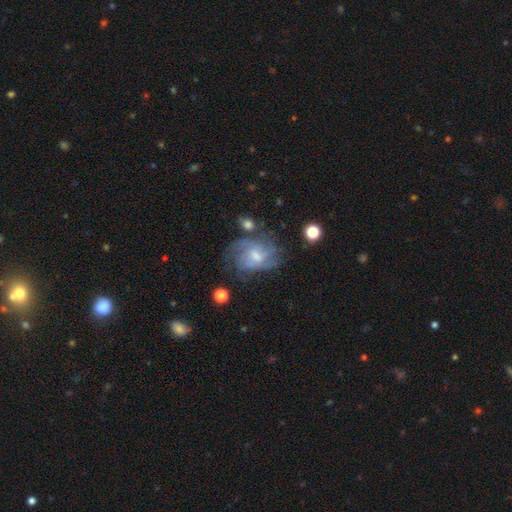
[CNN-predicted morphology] Smooth or featured? Predicted: featured or disk (p=0.73). Edge-on disk? Predicted: no (p=0.97). Bar? Predicted: no (p=0.49). Spiral arms? Predicted: yes (p=0.86). Spiral winding? Predicted: medium (p=0.44). Spiral arm count? Predicted: can't tell (p=0.41). Bulge size? Predicted: moderate (p=0.44). Merging? Predicted: none (p=0.58).